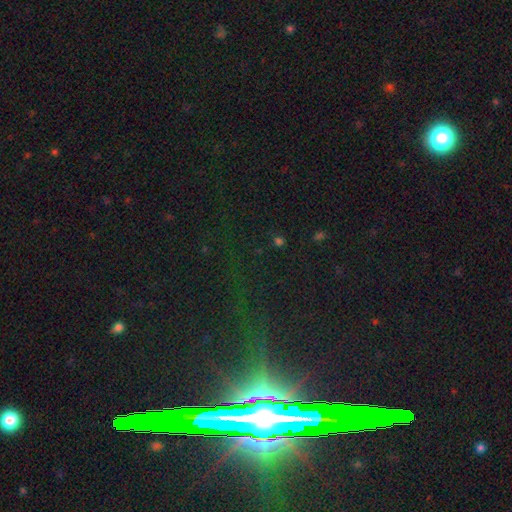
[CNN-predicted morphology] Smooth or featured? star or artifact (75%)